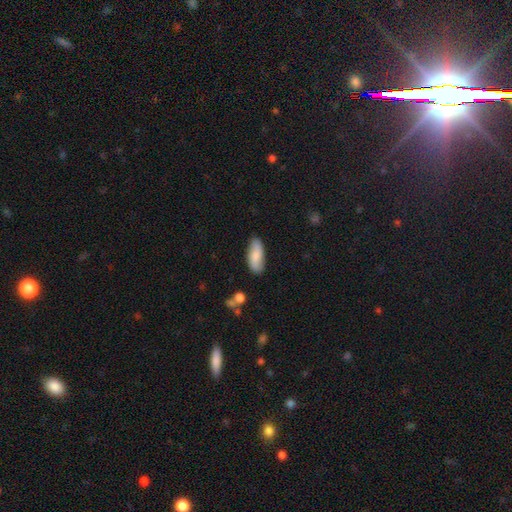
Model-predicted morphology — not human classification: This is clearly a smooth galaxy (81%). How rounded: likely in between (77%). Merging: clearly none (82%).